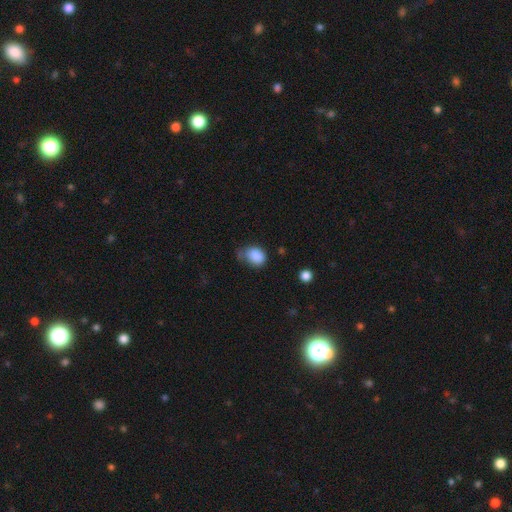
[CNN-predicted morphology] smooth 86%, star or artifact 9%, featured or disk 5%. Down the decision tree: how rounded — in between (58%); merging — none (44%).